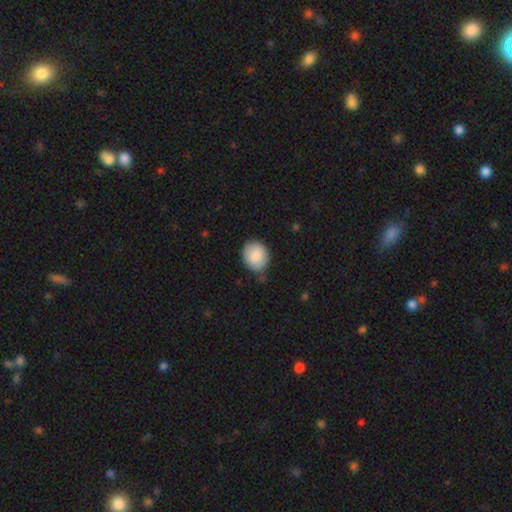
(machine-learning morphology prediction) Overall: smooth (86%). How rounded: round (62%; in between 37%). Merging: none (71%).